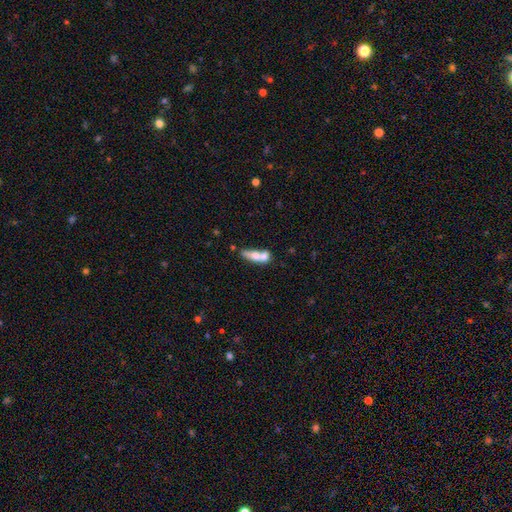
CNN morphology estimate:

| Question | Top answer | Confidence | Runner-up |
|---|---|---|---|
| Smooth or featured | smooth | 62% | featured or disk (30%) |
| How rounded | in between | 48% | cigar-shaped (44%) |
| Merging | merger | 55% | none (26%) |